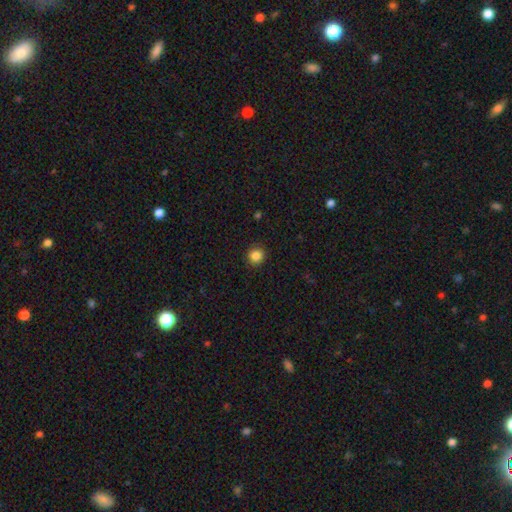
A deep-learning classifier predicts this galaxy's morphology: Smooth or featured? Predicted: smooth (p=0.85). How rounded? Predicted: round (p=0.91). Merging? Predicted: none (p=0.90).